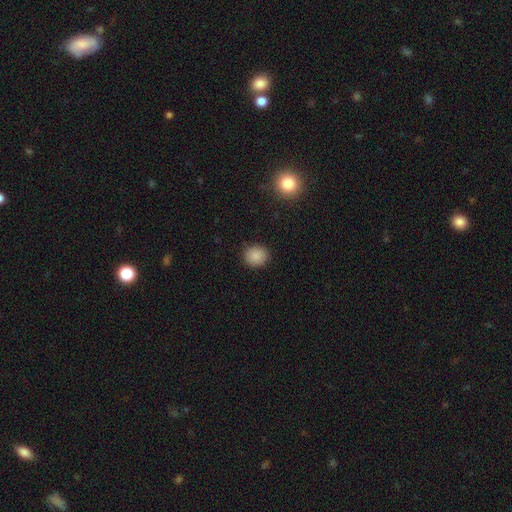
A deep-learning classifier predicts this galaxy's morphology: Smooth or featured: smooth — 87% (star or artifact — 10%)
How rounded: round — 80% (in between — 19%)
Merging: none — 89% (minor disturbance — 7%)